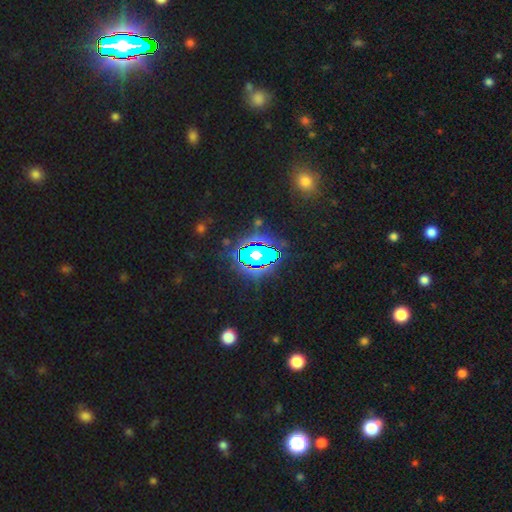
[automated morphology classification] Smooth or featured? Predicted: star or artifact (p=0.62).